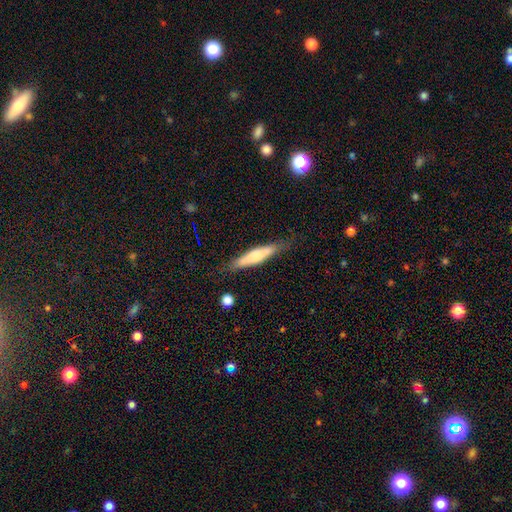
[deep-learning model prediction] smooth-or-featured: smooth: 57% | featured or disk: 37% | star or artifact: 6%
  how-rounded: cigar-shaped: 86% | in between: 12% | round: 1%
  merging: none: 78% | minor disturbance: 16% | major disturbance: 4% | merger: 2%